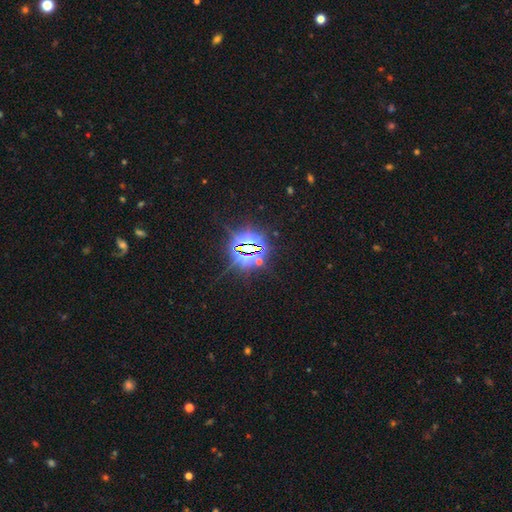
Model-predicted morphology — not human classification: Smooth or featured: star or artifact — 83% (smooth — 9%)